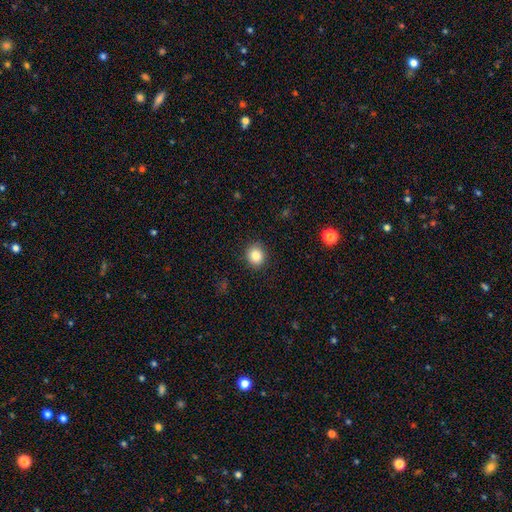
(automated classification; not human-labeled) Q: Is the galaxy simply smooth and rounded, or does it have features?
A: smooth — 84%.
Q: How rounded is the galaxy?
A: round — 77%.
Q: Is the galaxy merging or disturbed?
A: none — 90%.